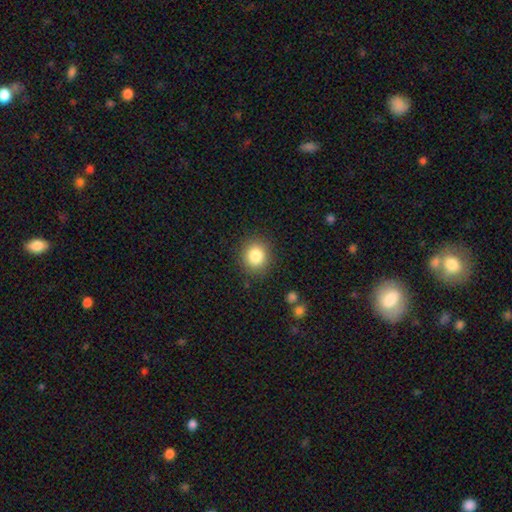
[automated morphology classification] A smooth galaxy with no disk features (84%) that is round (83%). Merging: none (88%).